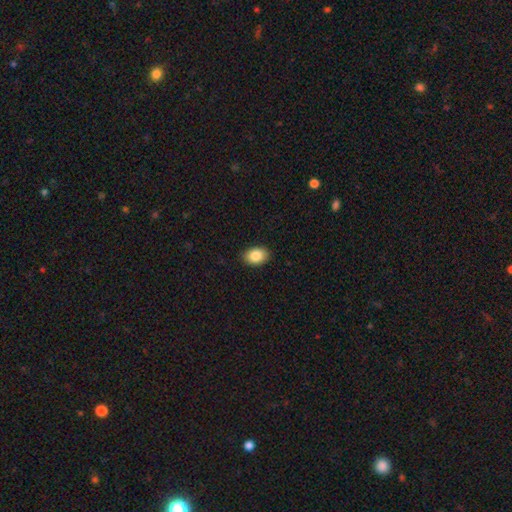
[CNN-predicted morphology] Smooth or featured?
  - smooth: 86% *
  - star or artifact: 8%
  - featured or disk: 6%
How rounded?
  - in between: 80% *
  - round: 19%
  - cigar-shaped: 1%
Merging?
  - none: 90% *
  - minor disturbance: 7%
  - major disturbance: 2%
  - merger: 1%